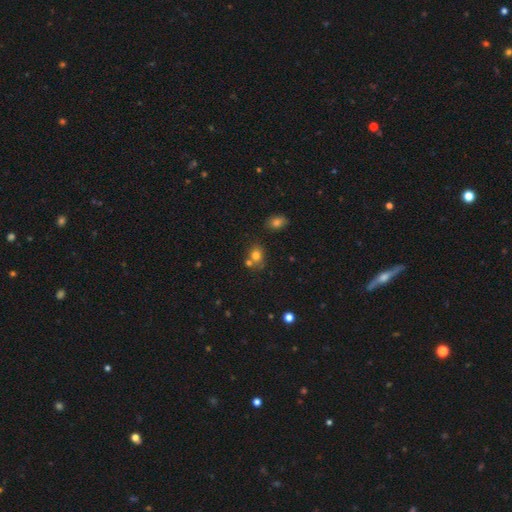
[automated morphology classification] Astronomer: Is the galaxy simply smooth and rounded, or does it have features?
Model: smooth — 75%.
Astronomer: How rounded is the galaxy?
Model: round — 62%.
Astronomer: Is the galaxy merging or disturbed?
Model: none — 56%.